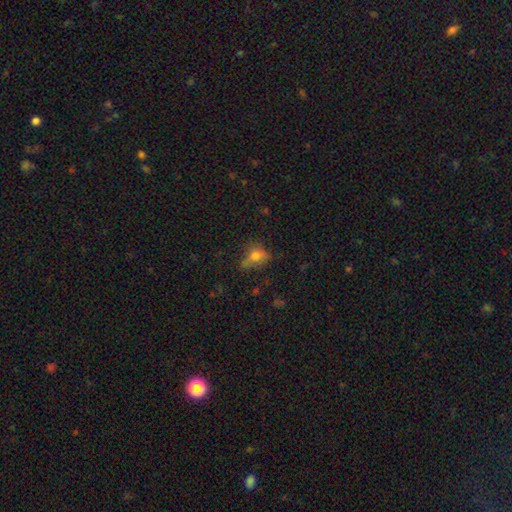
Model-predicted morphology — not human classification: The model was most divided on "merging": none: 48%, minor disturbance: 30%, major disturbance: 17%, merger: 5%. More confident: smooth or featured — smooth (68%); how rounded — in between (64%).